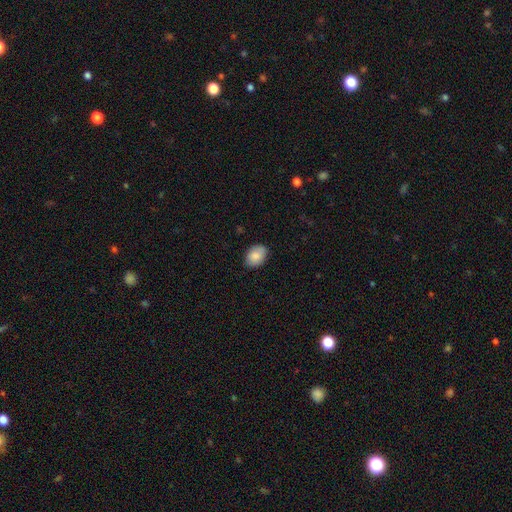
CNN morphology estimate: This is clearly a smooth galaxy (85%). How rounded: likely in between (74%). Merging: clearly none (85%).